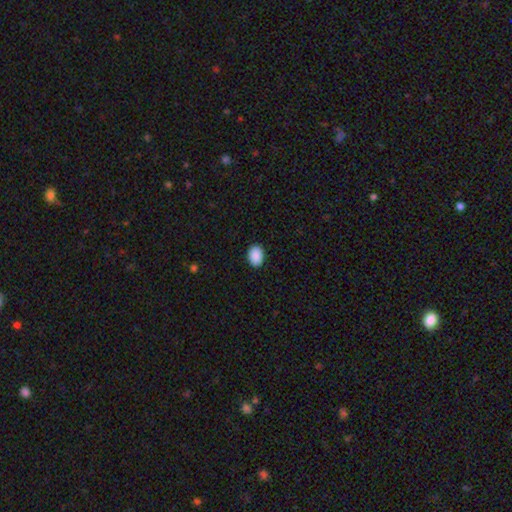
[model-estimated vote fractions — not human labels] smooth 91%, star or artifact 7%, featured or disk 2%. Down the decision tree: how rounded — in between (78%); merging — none (90%).